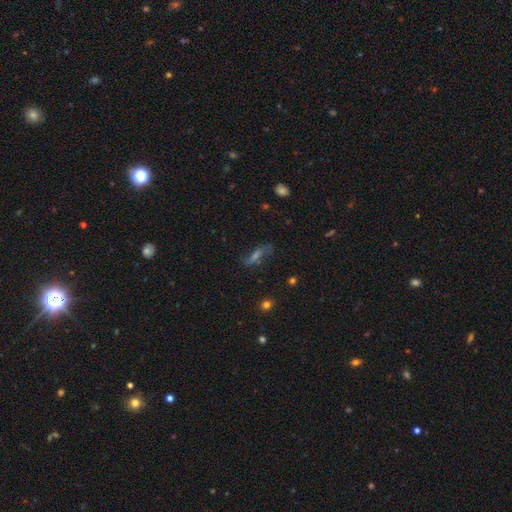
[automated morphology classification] This appears to be a featured or disk galaxy (50%). Merging: none (68%).